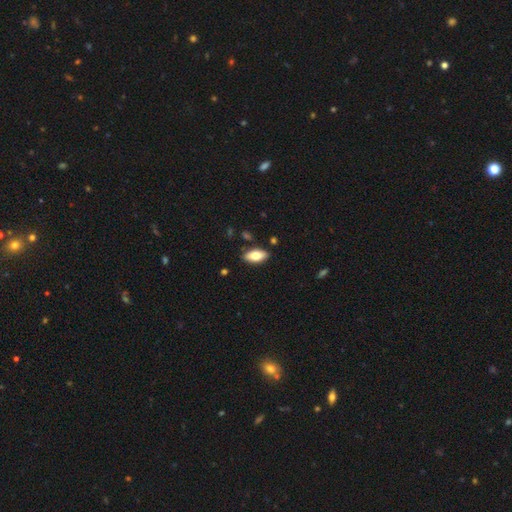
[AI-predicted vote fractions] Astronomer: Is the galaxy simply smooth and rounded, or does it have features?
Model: smooth — 74%.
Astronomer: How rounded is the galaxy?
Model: in between — 88%.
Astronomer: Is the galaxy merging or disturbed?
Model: none — 85%.